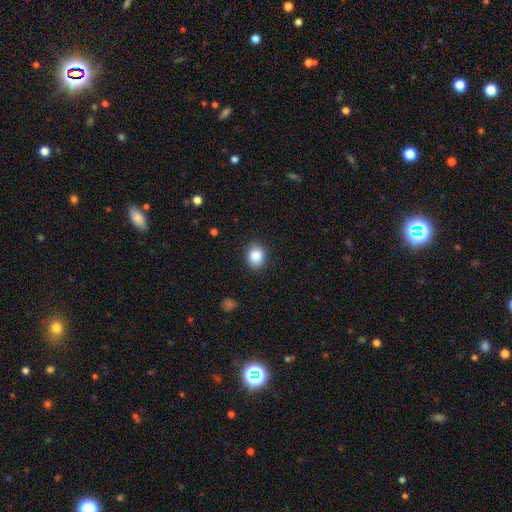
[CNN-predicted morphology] This is clearly a smooth galaxy (86%). How rounded: possibly round (51%). Merging: clearly none (87%).